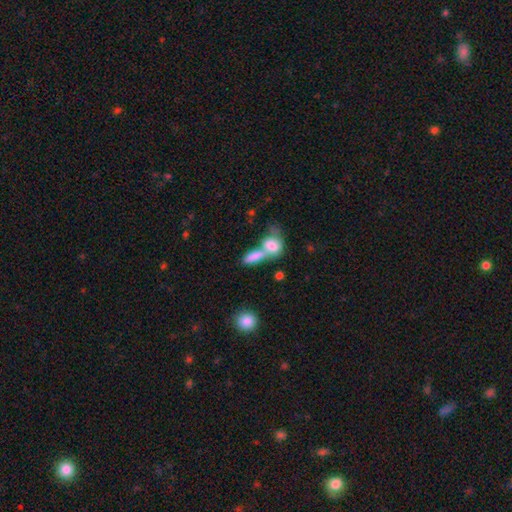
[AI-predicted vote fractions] smooth 77%, featured or disk 14%, star or artifact 8%. Down the decision tree: how rounded — in between (71%); merging — merger (65%).